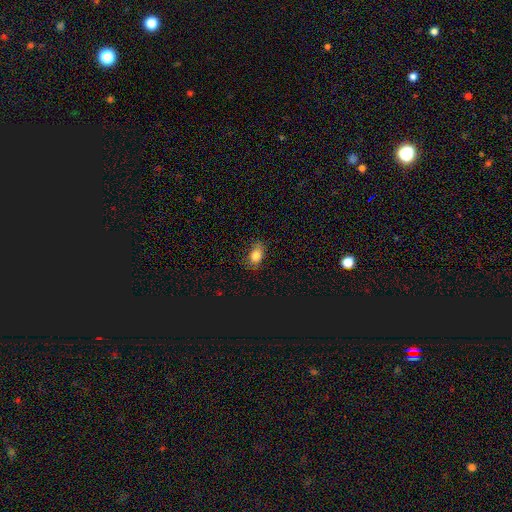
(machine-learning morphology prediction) Smooth or featured? Predicted: smooth (p=0.81). How rounded? Predicted: in between (p=0.78). Merging? Predicted: none (p=0.78).